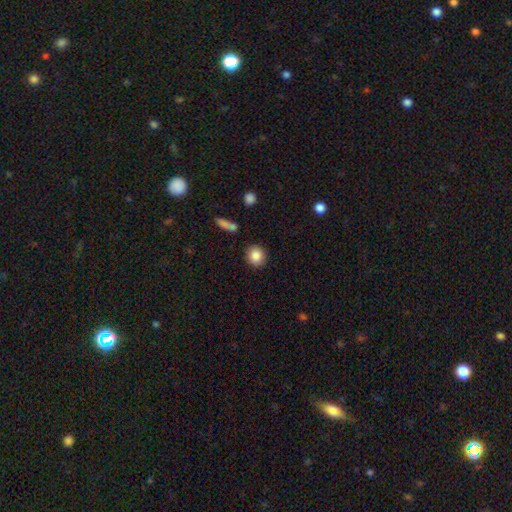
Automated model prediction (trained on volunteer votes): This appears to be a smooth galaxy with no disk features (86%) that is round (86%). Merging: none (87%).